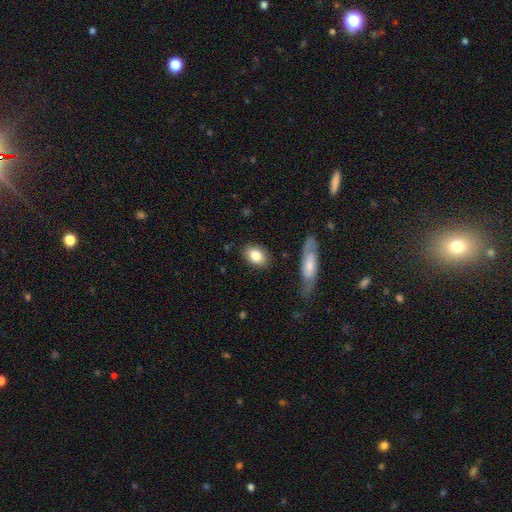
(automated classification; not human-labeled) smooth 82%, featured or disk 12%, star or artifact 7%. Down the decision tree: how rounded — in between (82%); merging — none (83%).